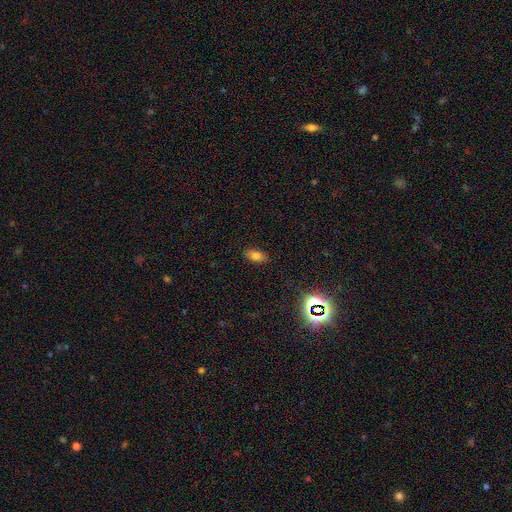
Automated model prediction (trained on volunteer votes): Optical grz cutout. It shows a smooth galaxy with no disk features (78%) that is in between round and cigar-shaped (89%). Merging: none (87%).